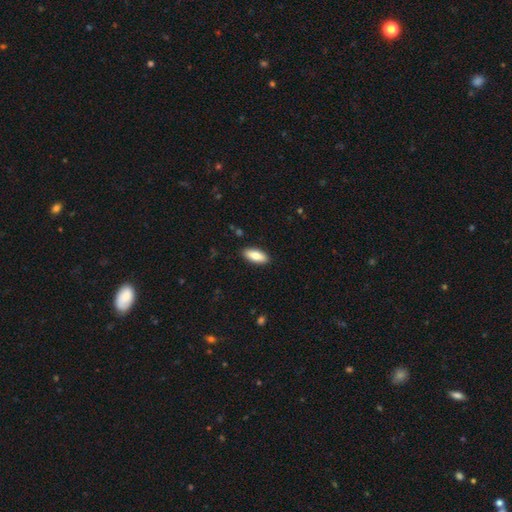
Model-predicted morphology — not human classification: smooth-or-featured: smooth: 82% | featured or disk: 12% | star or artifact: 6%
  how-rounded: in between: 79% | cigar-shaped: 19% | round: 2%
  merging: none: 89% | minor disturbance: 8% | major disturbance: 2% | merger: 1%